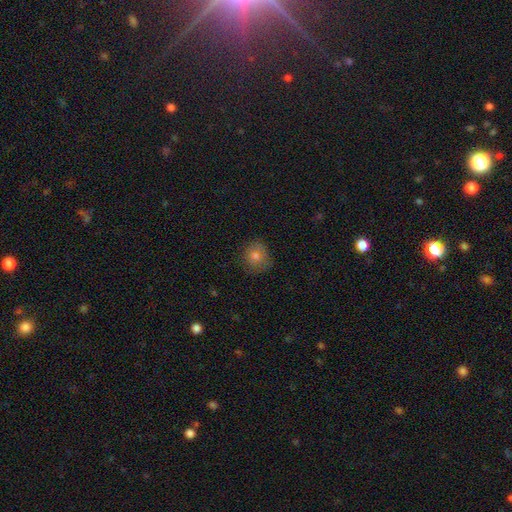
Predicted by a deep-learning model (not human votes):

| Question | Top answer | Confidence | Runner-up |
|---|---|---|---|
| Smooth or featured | smooth | 74% | featured or disk (13%) |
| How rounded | round | 85% | in between (14%) |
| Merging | none | 79% | minor disturbance (16%) |